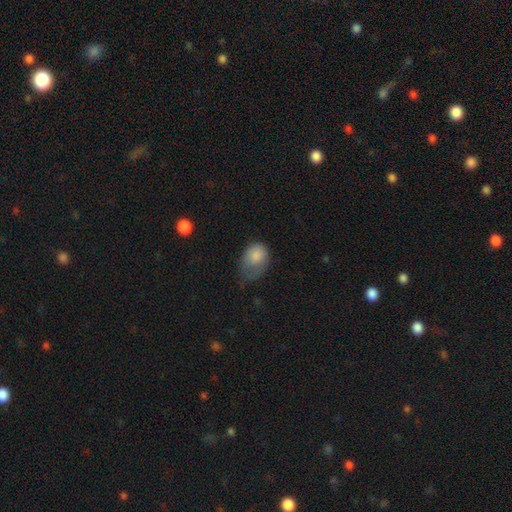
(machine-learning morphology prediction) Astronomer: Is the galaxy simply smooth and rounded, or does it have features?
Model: smooth — 80%.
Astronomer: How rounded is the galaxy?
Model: in between — 73%.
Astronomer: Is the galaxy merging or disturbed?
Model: minor disturbance — 40% (runner-up: major disturbance, 38%).